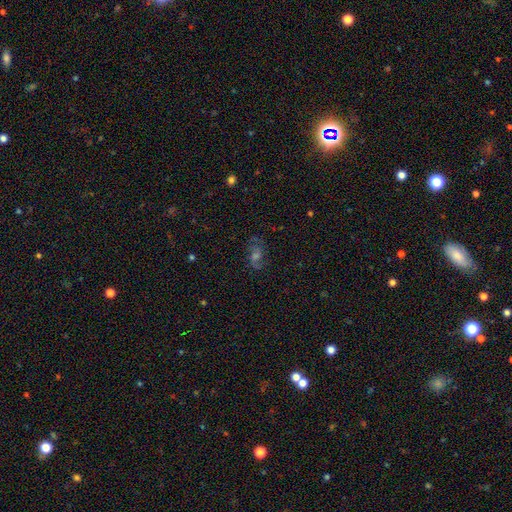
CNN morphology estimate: Smooth or featured? Predicted: featured or disk (p=0.57). Edge-on disk? Predicted: no (p=0.94). Bar? Predicted: no (p=0.53). Spiral arms? Predicted: yes (p=0.86). Bulge size? Predicted: moderate (p=0.52). Merging? Predicted: none (p=0.77).